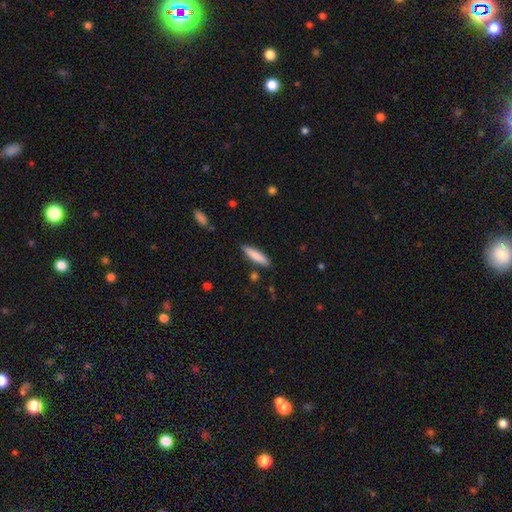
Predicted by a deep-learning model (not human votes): The model was most divided on "how rounded": cigar-shaped: 78%, in between: 20%, round: 1%. More confident: merging — none (86%); smooth or featured — smooth (82%).